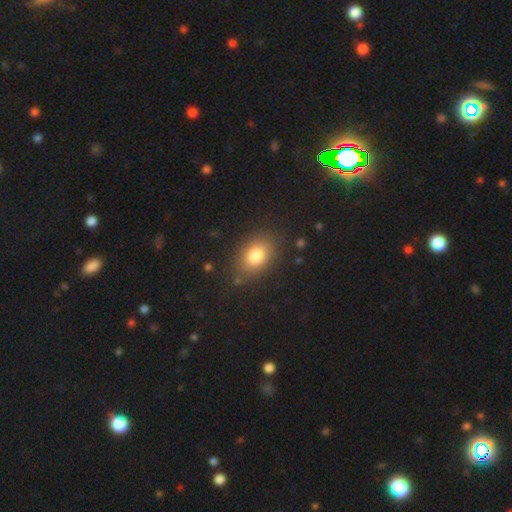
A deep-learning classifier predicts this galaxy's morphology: A smooth galaxy with no disk features (81%) that is in between round and cigar-shaped (69%).

Vote fractions:
- Smooth or featured? smooth: 81% / star or artifact: 10% / featured or disk: 8%
- How rounded? in between: 69% / round: 30% / cigar-shaped: 1%
- Merging? none: 83% / minor disturbance: 11% / major disturbance: 4% / merger: 2%